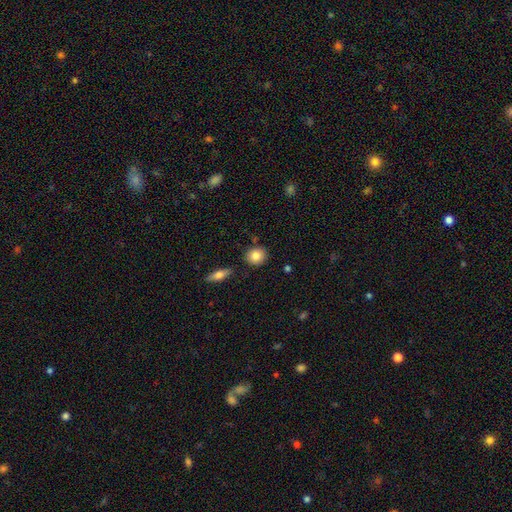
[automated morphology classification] smooth_or_featured: smooth (p=0.82) [alt: featured or disk p=0.10]
how_rounded: round (p=0.82) [alt: in between p=0.16]
merging: none (p=0.86) [alt: minor disturbance p=0.08]